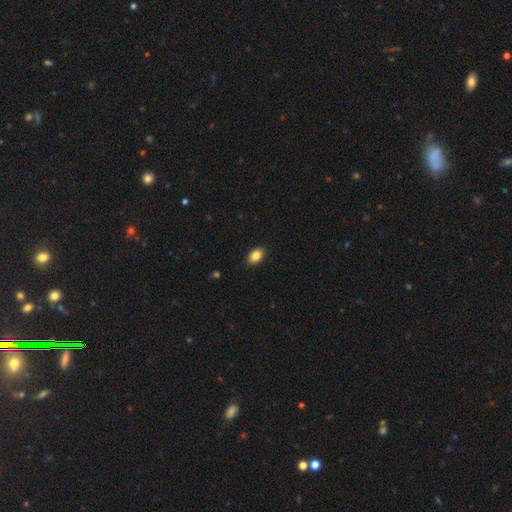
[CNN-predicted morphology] The model was most divided on "how rounded": in between: 86%, round: 13%, cigar-shaped: 1%. More confident: merging — none (90%); smooth or featured — smooth (86%).